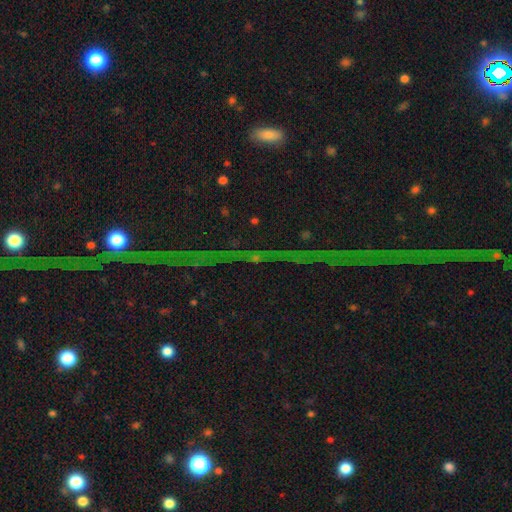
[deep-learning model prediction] star or artifact 81%, featured or disk 11%, smooth 8%.